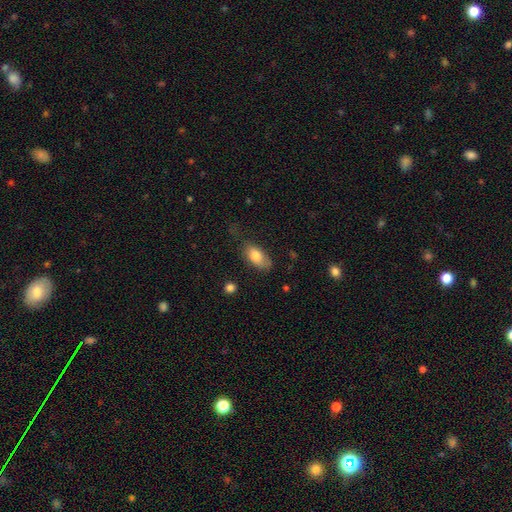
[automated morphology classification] smooth-or-featured: smooth: 81% | featured or disk: 12% | star or artifact: 7%
  how-rounded: in between: 90% | cigar-shaped: 5% | round: 4%
  merging: none: 60% | minor disturbance: 28% | major disturbance: 10% | merger: 2%